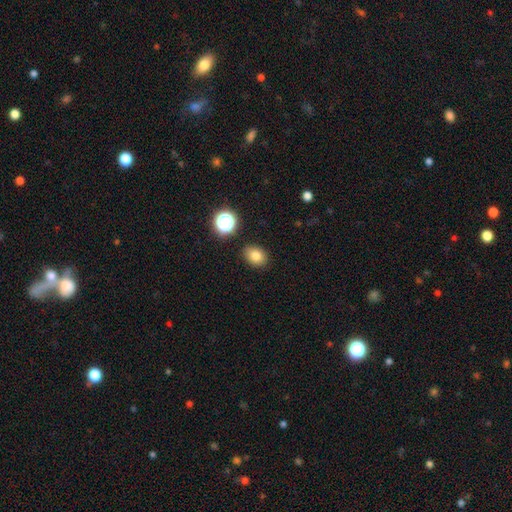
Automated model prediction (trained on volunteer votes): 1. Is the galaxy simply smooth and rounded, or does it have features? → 80% smooth, 13% star or artifact, 8% featured or disk.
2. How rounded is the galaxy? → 58% in between, 41% round, 1% cigar-shaped.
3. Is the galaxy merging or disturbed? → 87% none, 9% minor disturbance, 2% major disturbance, 2% merger.